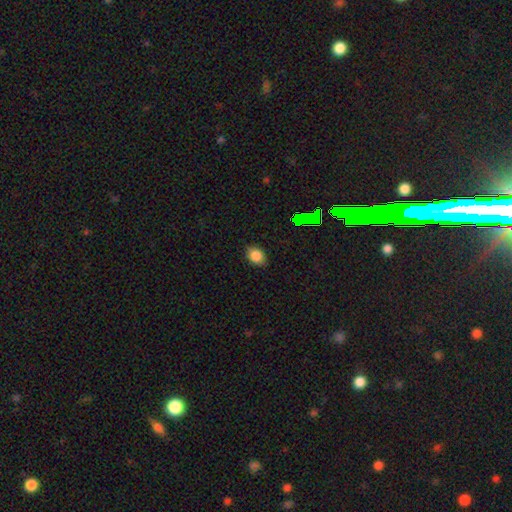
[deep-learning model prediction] This appears to be a smooth galaxy with no disk features (83%) that is in between round and cigar-shaped (61%). Merging: none (83%).